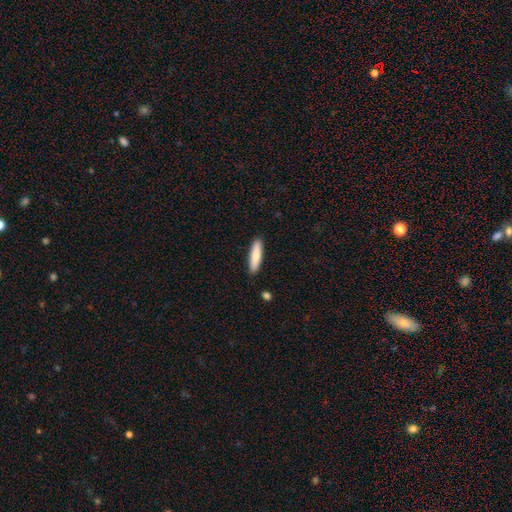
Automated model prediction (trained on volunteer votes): A smooth galaxy with no disk features (81%) that is cigar-shaped (76%). Merging: none (90%).